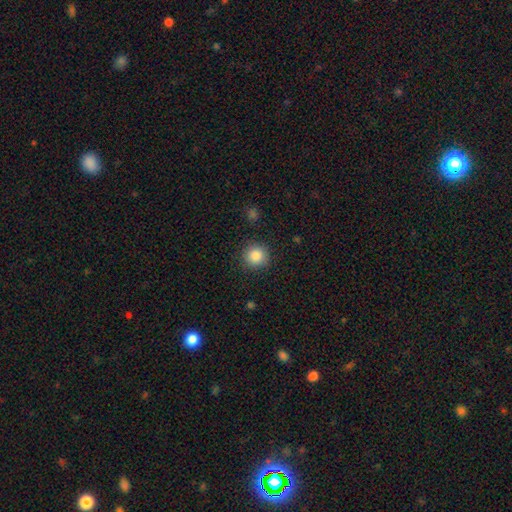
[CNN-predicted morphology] This appears to be a smooth galaxy with no disk features (86%) that is round (94%). Merging: none (89%).